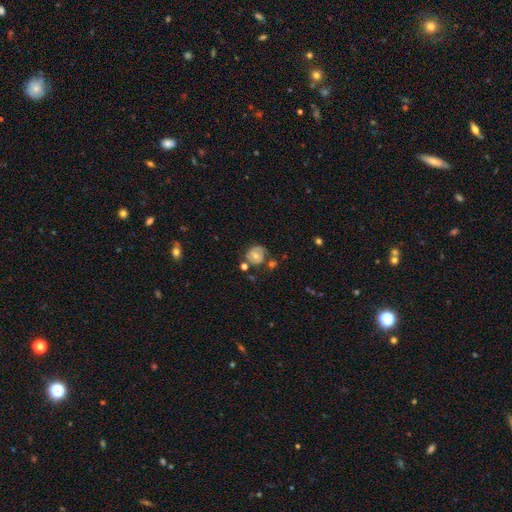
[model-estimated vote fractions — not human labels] A featured or disk galaxy (58%) with no bar (71%), spiral arms (75%) and a moderate central bulge (57%). Merging: none (60%).